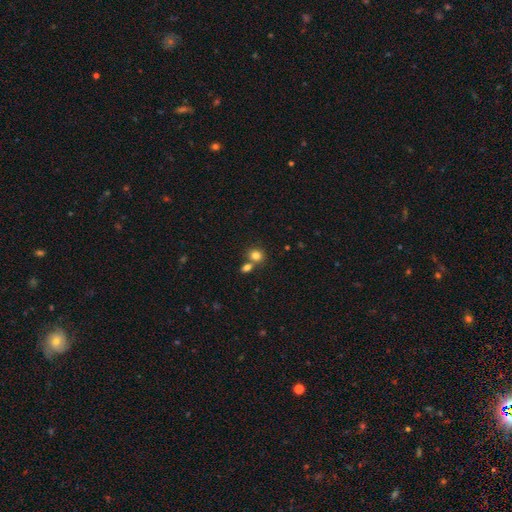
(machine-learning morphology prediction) Smooth or featured? Predicted: smooth (p=0.82). How rounded? Predicted: round (p=0.68). Merging? Predicted: none (p=0.55).